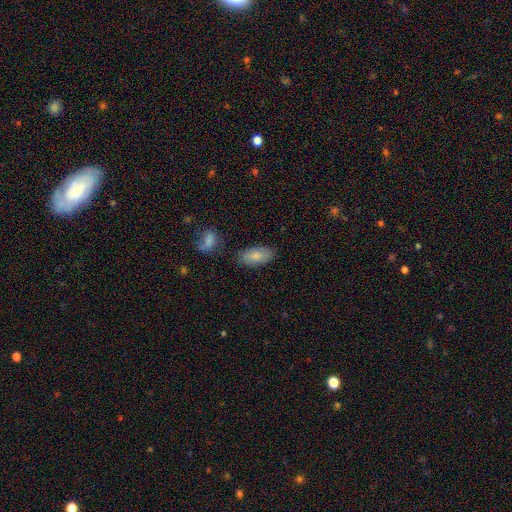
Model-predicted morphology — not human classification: type=smooth (82%); roundness=in between (92%); merging=none (77%).